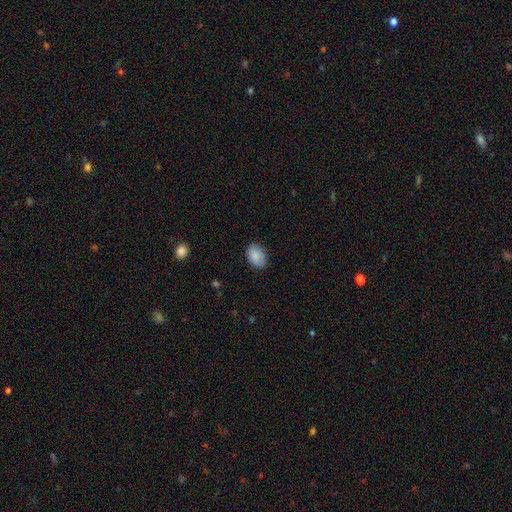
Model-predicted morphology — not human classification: Smooth or featured? Predicted: smooth (p=0.85). How rounded? Predicted: in between (p=0.84). Merging? Predicted: none (p=0.80).